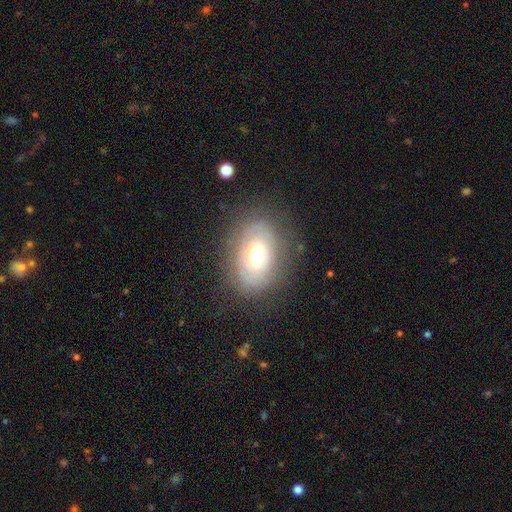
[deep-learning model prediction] Smooth or featured? smooth (52%)
How rounded? in between (77%)
Merging? none (75%)